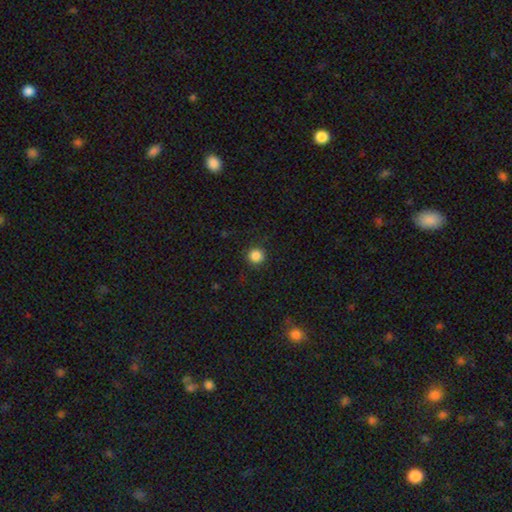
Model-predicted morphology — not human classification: This appears to be a smooth galaxy with no disk features (86%) that is round (94%). Merging: none (91%).